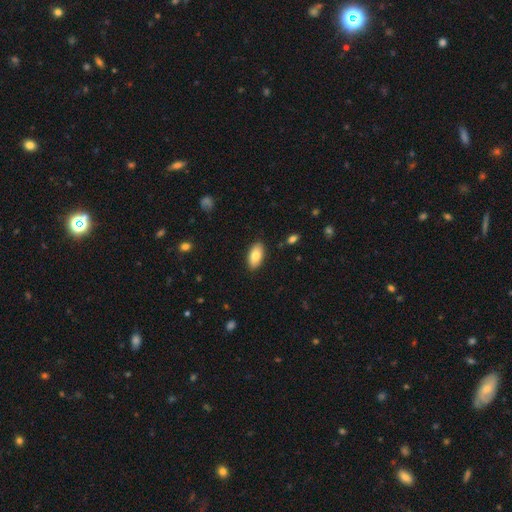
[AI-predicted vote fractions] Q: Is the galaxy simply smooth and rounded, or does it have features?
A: smooth — 81%.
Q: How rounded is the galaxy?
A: in between — 93%.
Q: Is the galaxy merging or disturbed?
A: none — 88%.